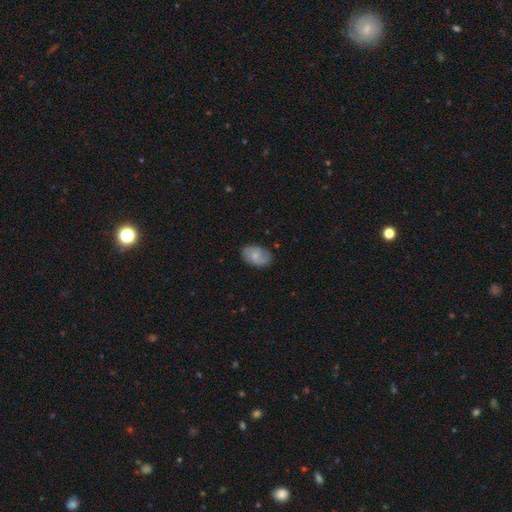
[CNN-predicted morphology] smooth_or_featured: smooth (p=0.52) [alt: featured or disk p=0.41]
how_rounded: in between (p=0.86) [alt: round p=0.13]
merging: none (p=0.75) [alt: minor disturbance p=0.19]